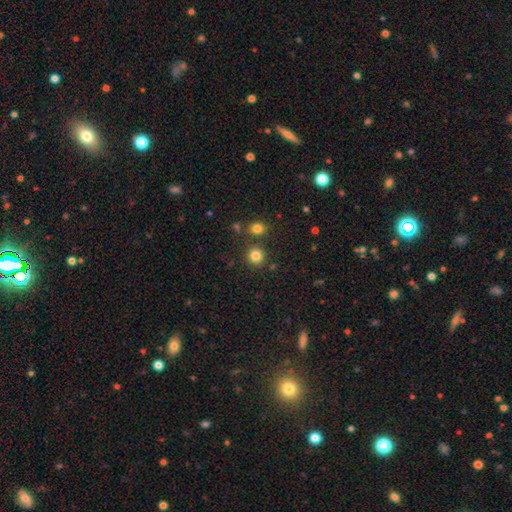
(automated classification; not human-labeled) The model was most divided on "smooth or featured": smooth: 82%, star or artifact: 13%, featured or disk: 5%. More confident: how rounded — round (91%); merging — none (83%).